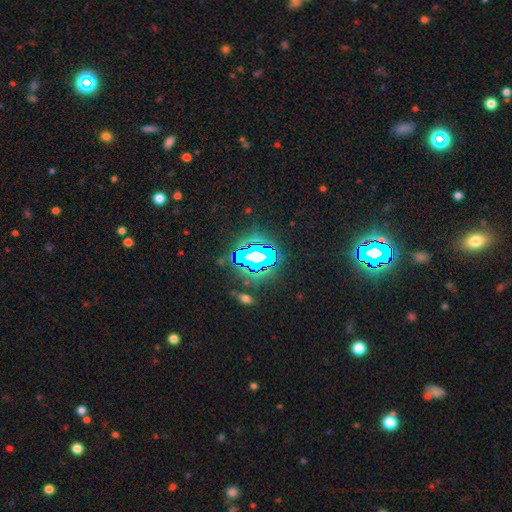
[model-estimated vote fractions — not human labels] The model was most divided on "smooth or featured": star or artifact: 68%, smooth: 18%, featured or disk: 14%.